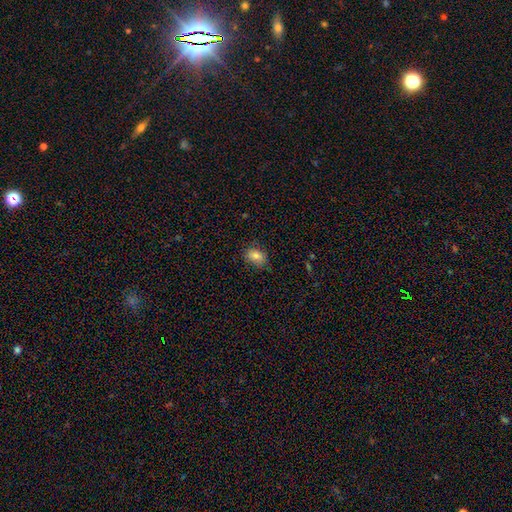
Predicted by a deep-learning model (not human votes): Smooth or featured? smooth (82%)
How rounded? in between (68%)
Merging? none (78%)